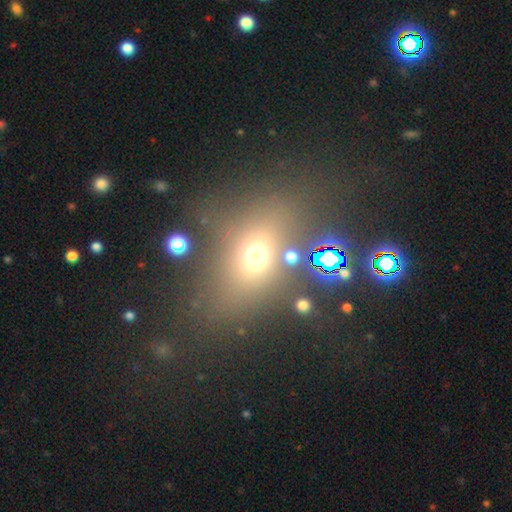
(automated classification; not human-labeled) smooth-or-featured: smooth: 63% | star or artifact: 22% | featured or disk: 14%
  how-rounded: in between: 62% | round: 34% | cigar-shaped: 4%
  merging: none: 70% | minor disturbance: 12% | merger: 9% | major disturbance: 9%